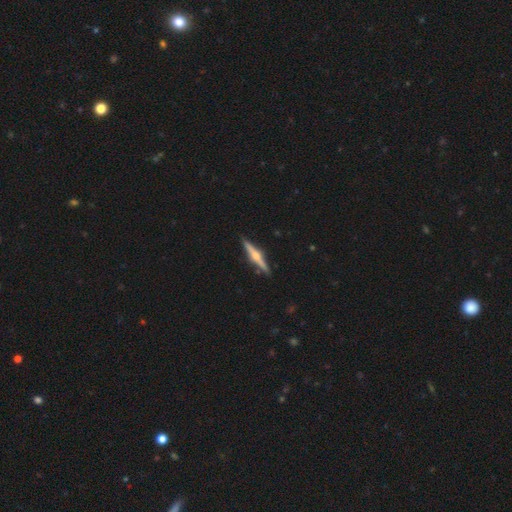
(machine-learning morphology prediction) type=featured or disk (74%); edge-on=yes (98%); edge-on bulge=rounded (91%); merging=none (90%).